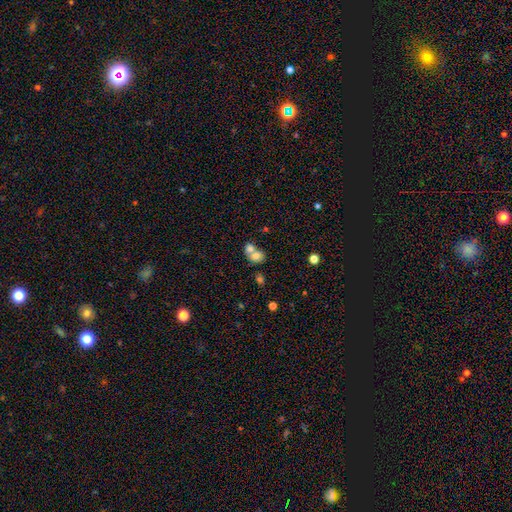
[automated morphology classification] Q: Smooth or featured?
A: smooth (71%); runner-up: featured or disk (18%)
Q: How rounded?
A: round (54%); runner-up: in between (45%)
Q: Merging?
A: merger (64%); runner-up: none (26%)